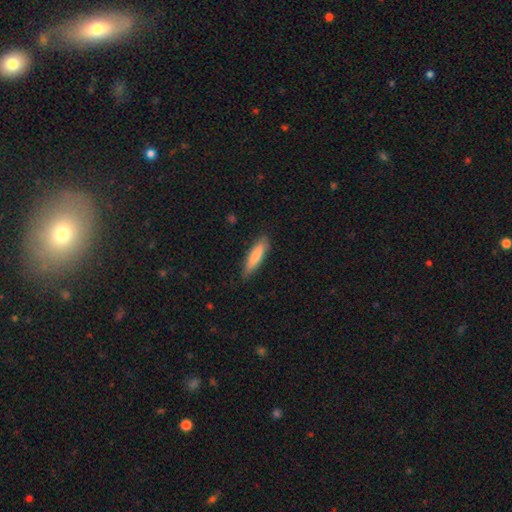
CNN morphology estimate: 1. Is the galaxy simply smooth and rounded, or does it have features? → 78% smooth, 16% featured or disk, 5% star or artifact.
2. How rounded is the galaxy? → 76% cigar-shaped, 23% in between, 1% round.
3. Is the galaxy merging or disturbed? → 82% none, 14% minor disturbance, 2% major disturbance, 1% merger.